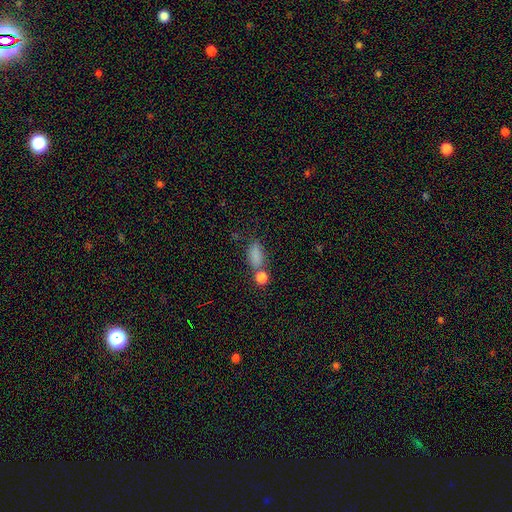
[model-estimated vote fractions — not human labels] Morphology: type=smooth (79%); roundness=in between (79%); merging=none (52%).